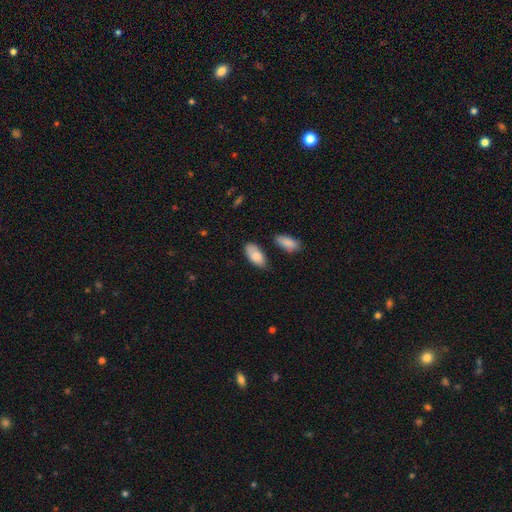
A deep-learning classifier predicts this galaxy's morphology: type=smooth (82%); roundness=in between (93%); merging=none (62%).